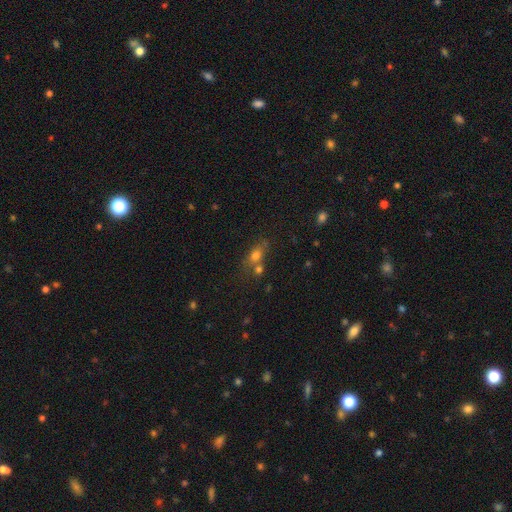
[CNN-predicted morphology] Smooth or featured? smooth (69%)
How rounded? in between (59%)
Merging? none (47%)